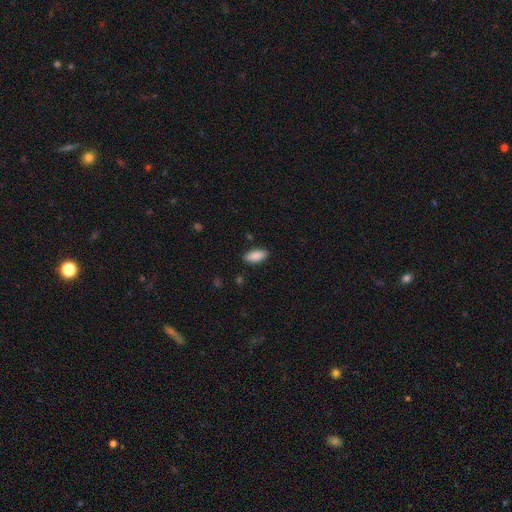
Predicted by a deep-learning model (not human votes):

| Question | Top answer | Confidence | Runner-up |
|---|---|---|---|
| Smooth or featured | smooth | 89% | star or artifact (6%) |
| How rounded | in between | 90% | cigar-shaped (8%) |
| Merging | none | 87% | minor disturbance (9%) |